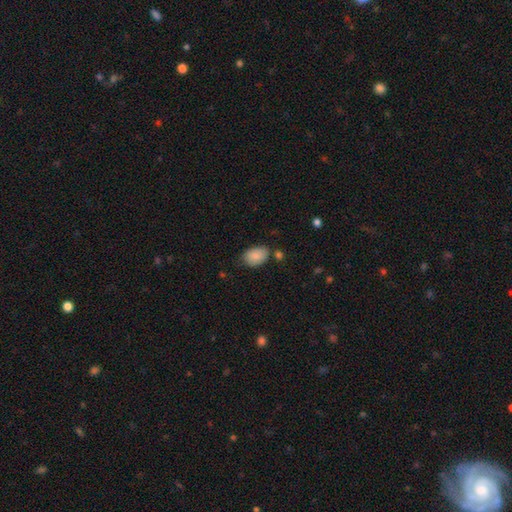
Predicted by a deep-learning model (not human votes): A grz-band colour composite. It shows a smooth galaxy with no disk features (85%) that is in between round and cigar-shaped (85%). Merging: none (69%).